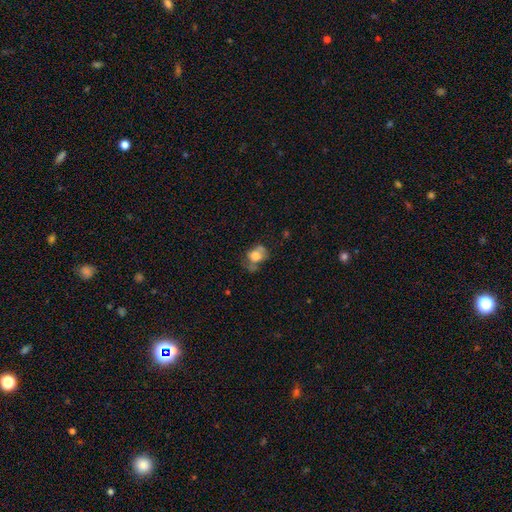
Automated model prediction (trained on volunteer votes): Smooth or featured? smooth (64%)
How rounded? in between (54%)
Merging? none (31%)